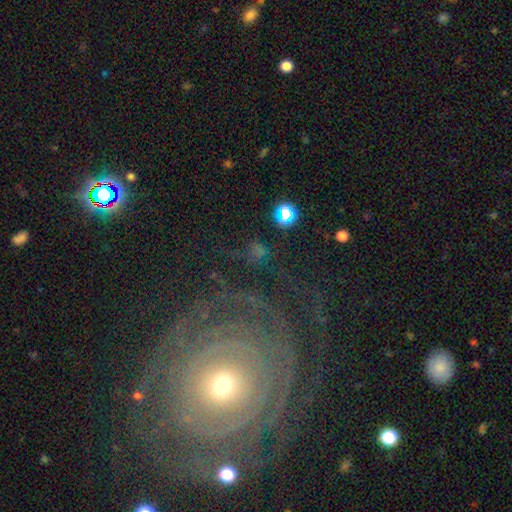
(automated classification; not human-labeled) The model was most divided on "bulge size": small: 53%, moderate: 38%, large: 4%, none: 3%, dominant: 2%. Remaining: edge-on disk — no (96%); spiral arms — yes (89%); merging — none (75%); spiral winding — tight (73%); smooth or featured — featured or disk (68%); bar — no (62%); spiral arm count — can't tell (32%).